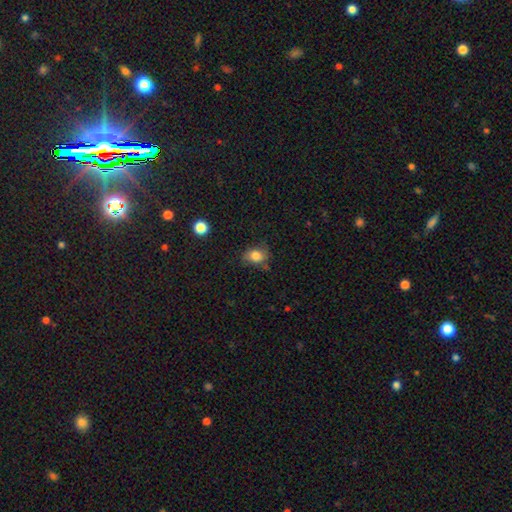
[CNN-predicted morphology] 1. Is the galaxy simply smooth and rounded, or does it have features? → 77% smooth, 12% featured or disk, 10% star or artifact.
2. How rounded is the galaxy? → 52% in between, 47% round, 1% cigar-shaped.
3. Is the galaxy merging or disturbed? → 64% none, 25% minor disturbance, 9% major disturbance, 3% merger.